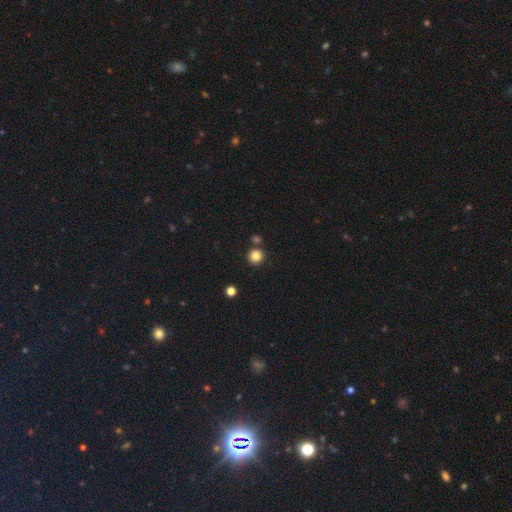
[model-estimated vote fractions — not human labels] A smooth galaxy with no disk features (84%) that is round (93%).

Vote fractions:
- Smooth or featured? smooth: 84% / star or artifact: 11% / featured or disk: 5%
- How rounded? round: 93% / in between: 6% / cigar-shaped: 1%
- Merging? none: 82% / merger: 10% / minor disturbance: 7% / major disturbance: 2%